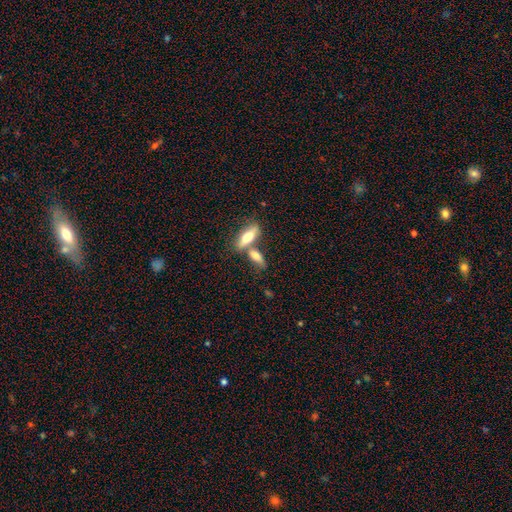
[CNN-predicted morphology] Q: Smooth or featured?
A: smooth (70%); runner-up: featured or disk (23%)
Q: How rounded?
A: in between (61%); runner-up: cigar-shaped (35%)
Q: Merging?
A: merger (46%); runner-up: none (40%)